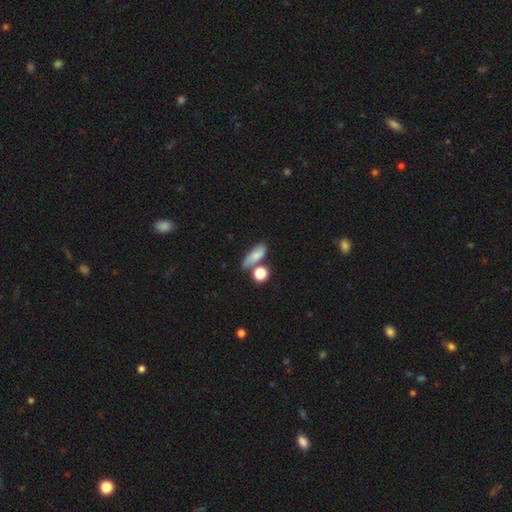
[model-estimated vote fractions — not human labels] Q: Smooth or featured?
A: smooth (71%); runner-up: featured or disk (19%)
Q: How rounded?
A: in between (63%); runner-up: cigar-shaped (21%)
Q: Merging?
A: none (48%); runner-up: merger (22%)